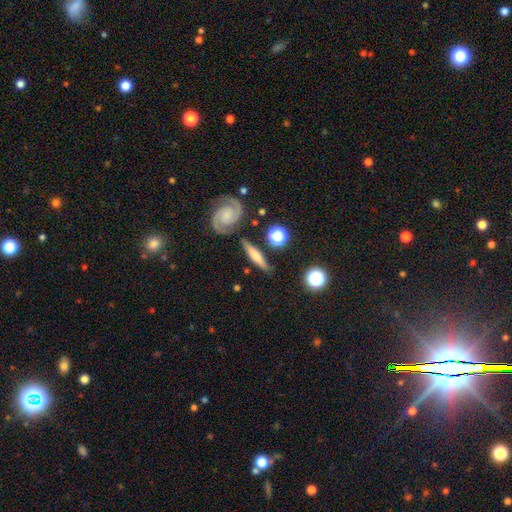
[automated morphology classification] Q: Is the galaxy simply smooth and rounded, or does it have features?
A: featured or disk — 57%.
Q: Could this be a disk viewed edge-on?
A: yes — 64%.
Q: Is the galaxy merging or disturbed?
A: none — 77%.